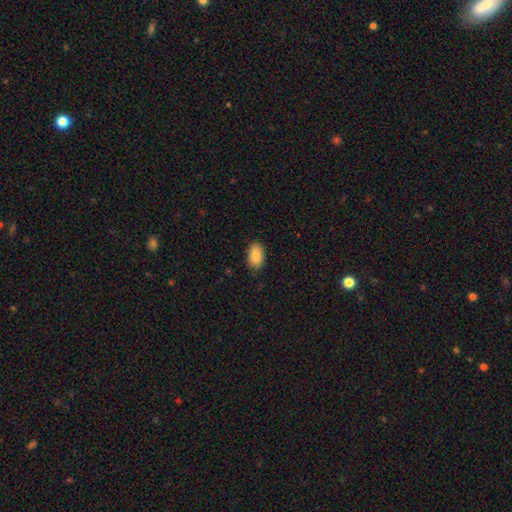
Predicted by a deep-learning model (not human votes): smooth-or-featured: smooth: 88% | star or artifact: 7% | featured or disk: 6%
  how-rounded: in between: 92% | round: 6% | cigar-shaped: 2%
  merging: none: 84% | minor disturbance: 12% | major disturbance: 2% | merger: 1%